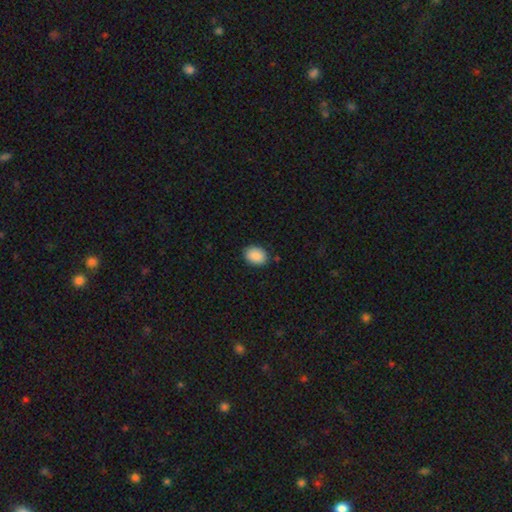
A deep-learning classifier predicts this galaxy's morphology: smooth-or-featured: smooth: 90% | star or artifact: 7% | featured or disk: 3%
  how-rounded: in between: 70% | round: 29% | cigar-shaped: 1%
  merging: none: 85% | minor disturbance: 11% | major disturbance: 2% | merger: 1%